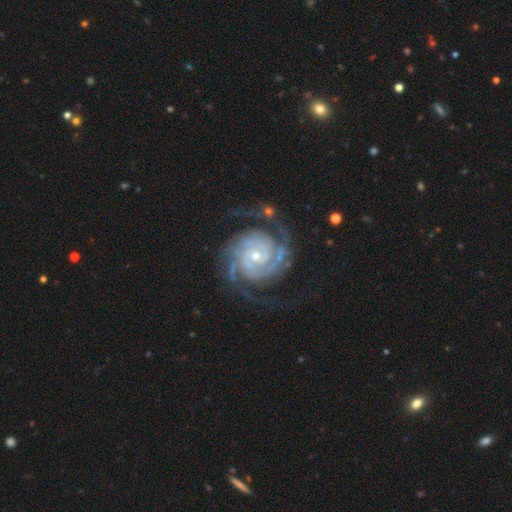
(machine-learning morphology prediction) The model was most divided on "spiral arm count": 2: 37%, 3: 27%, 4: 14%, can't tell: 11%, more than 4: 7%, 1: 6%. More confident: spiral arms — yes (99%); edge-on disk — no (98%); smooth or featured — featured or disk (93%); spiral winding — tight (76%); merging — none (72%); bar — no (65%); bulge size — small (61%).